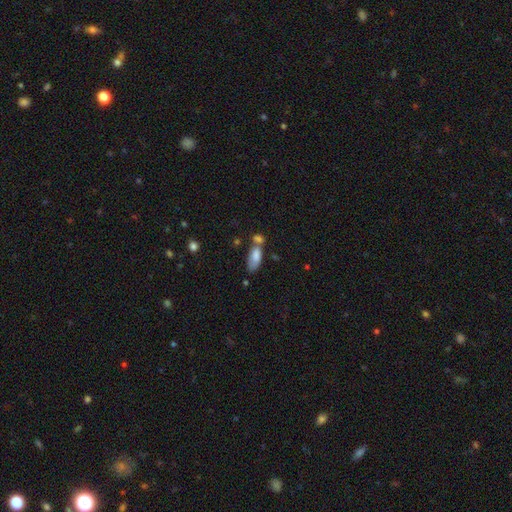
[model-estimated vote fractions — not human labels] smooth 77%, featured or disk 15%, star or artifact 8%. Down the decision tree: how rounded — in between (85%); merging — merger (43%).